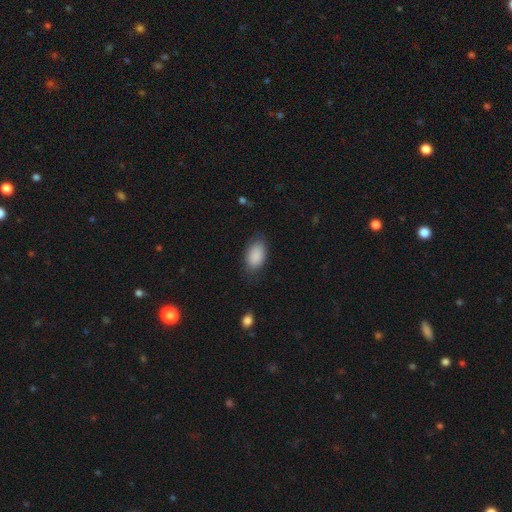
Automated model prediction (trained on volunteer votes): This appears to be a smooth galaxy with no disk features (89%) that is in between round and cigar-shaped (92%). Merging: none (78%).